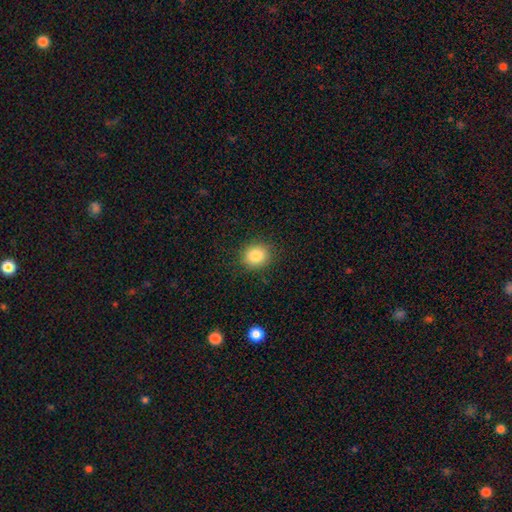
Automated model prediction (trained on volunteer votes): smooth_or_featured: smooth (p=0.84) [alt: star or artifact p=0.10]
how_rounded: round (p=0.80) [alt: in between p=0.19]
merging: none (p=0.88) [alt: minor disturbance p=0.08]